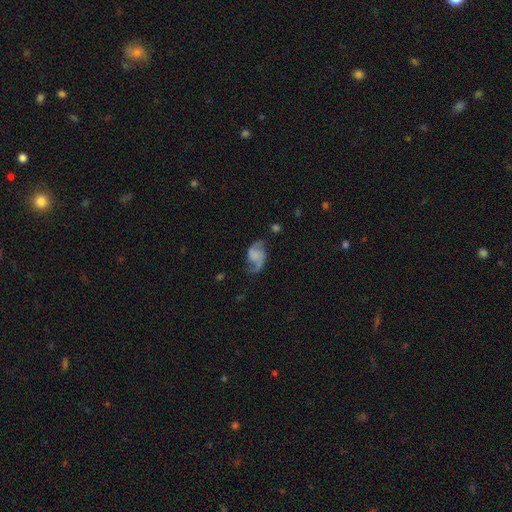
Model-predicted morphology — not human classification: featured or disk 79%, smooth 14%, star or artifact 7%. Down the decision tree: edge-on disk — no (98%); bar — no (61%); spiral arms — yes (95%); spiral arm count — 2 (91%); spiral winding — loose (55%); bulge size — none (58%); merging — none (65%).